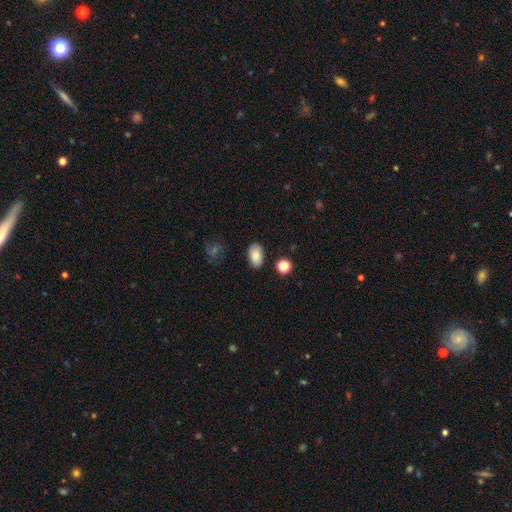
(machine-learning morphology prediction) smooth 84%, star or artifact 8%, featured or disk 8%. Down the decision tree: how rounded — in between (90%); merging — none (84%).